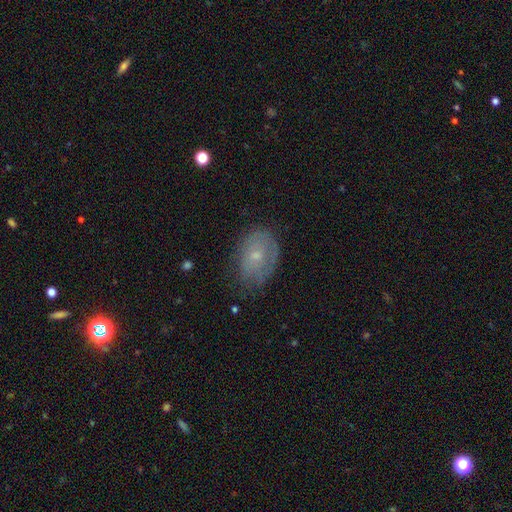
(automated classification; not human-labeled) This appears to be a featured or disk galaxy (44%, tied with smooth). Merging: none (65%).